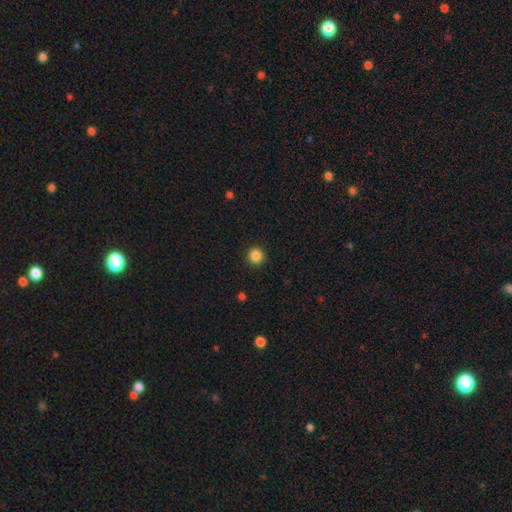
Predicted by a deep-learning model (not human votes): A smooth galaxy with no disk features (86%) that is round (95%).

Vote fractions:
- Smooth or featured? smooth: 86% / star or artifact: 10% / featured or disk: 3%
- How rounded? round: 95% / in between: 4% / cigar-shaped: 1%
- Merging? none: 93% / minor disturbance: 5% / major disturbance: 2% / merger: 1%